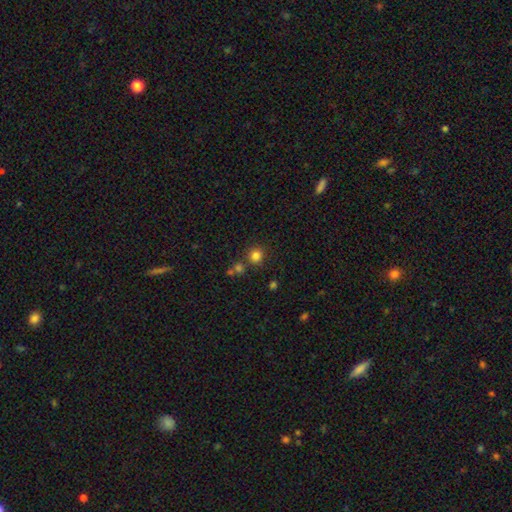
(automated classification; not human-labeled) smooth 81%, star or artifact 14%, featured or disk 5%. Down the decision tree: how rounded — round (90%); merging — none (78%).